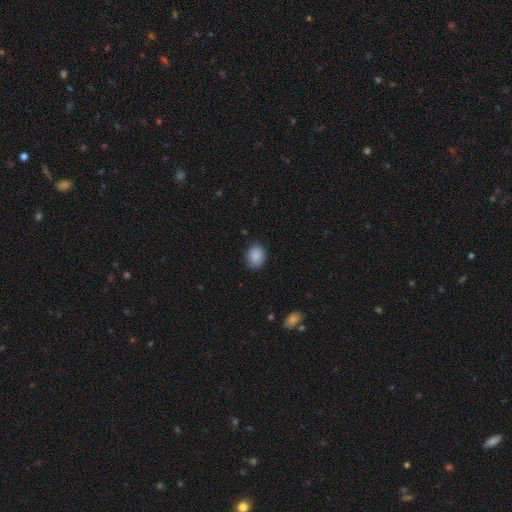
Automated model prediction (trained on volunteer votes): The model was most divided on "how rounded": round: 51%, in between: 49%, cigar-shaped: 1%. More confident: smooth or featured — smooth (89%); merging — none (86%).